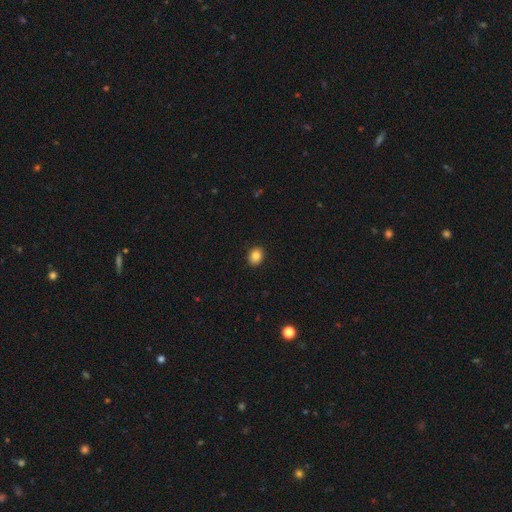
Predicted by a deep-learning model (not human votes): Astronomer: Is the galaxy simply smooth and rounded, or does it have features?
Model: smooth — 85%.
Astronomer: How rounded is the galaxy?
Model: in between — 52% (runner-up: round, 47%).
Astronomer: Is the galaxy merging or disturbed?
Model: none — 90%.